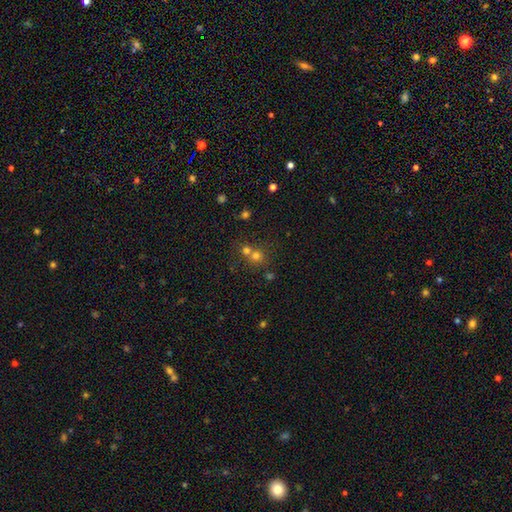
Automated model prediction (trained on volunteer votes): Overall: smooth (65%). How rounded: round (87%). Merging: none (46%, tied with merger).